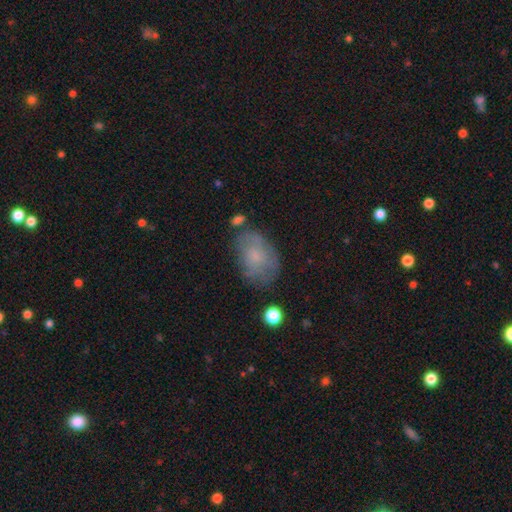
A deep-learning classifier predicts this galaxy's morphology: Smooth or featured? smooth (60%)
How rounded? in between (85%)
Merging? none (59%)